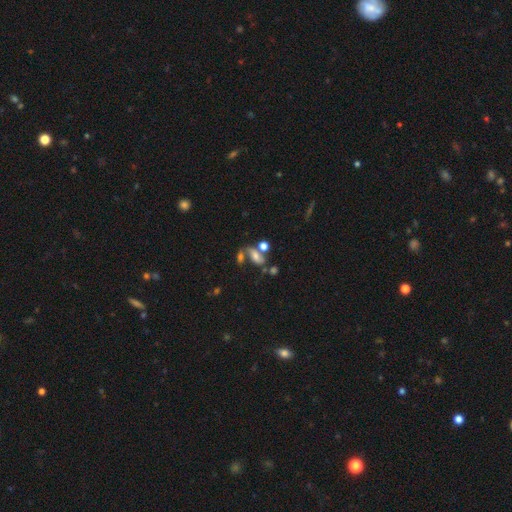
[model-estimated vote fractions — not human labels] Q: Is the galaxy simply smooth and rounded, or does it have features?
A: smooth — 55%.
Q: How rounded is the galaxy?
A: in between — 79%.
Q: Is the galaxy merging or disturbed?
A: none — 37%.